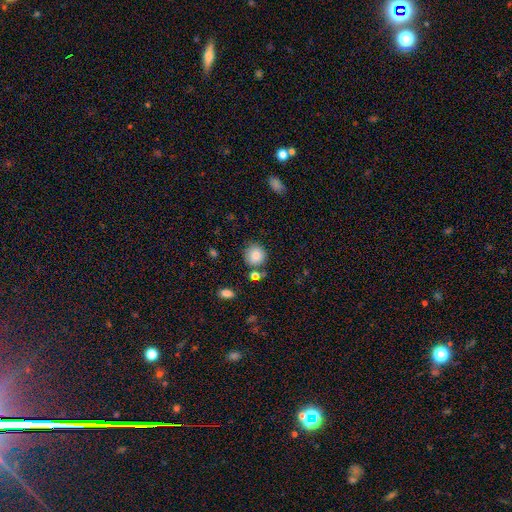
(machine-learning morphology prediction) This is clearly a smooth galaxy (85%). How rounded: clearly round (86%). Merging: likely none (73%).